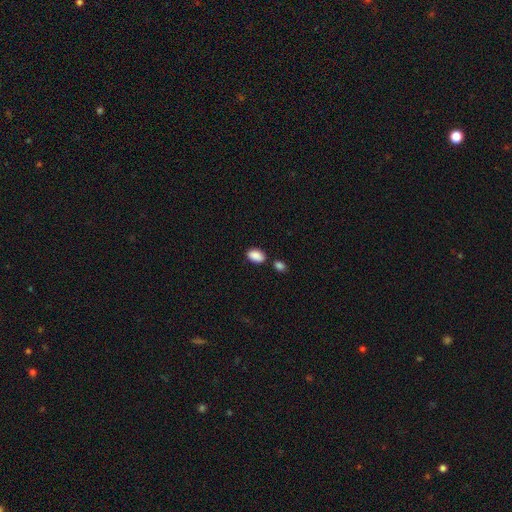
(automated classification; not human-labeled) A smooth galaxy with no disk features (89%) that is in between round and cigar-shaped (90%). Merging: none (74%).